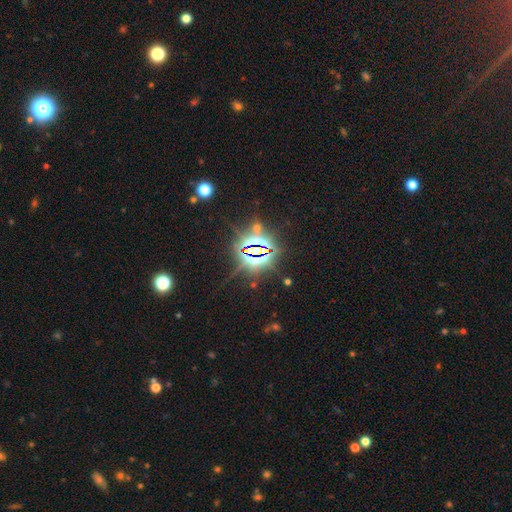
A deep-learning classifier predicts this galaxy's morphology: smooth_or_featured: star or artifact (p=0.84) [alt: smooth p=0.08]